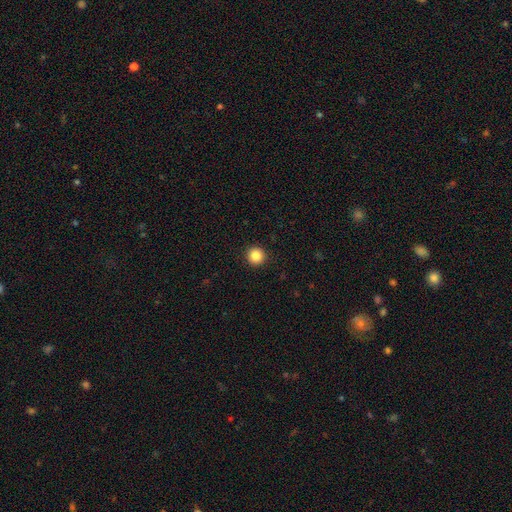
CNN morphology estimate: type=smooth (87%); roundness=round (95%); merging=none (93%).